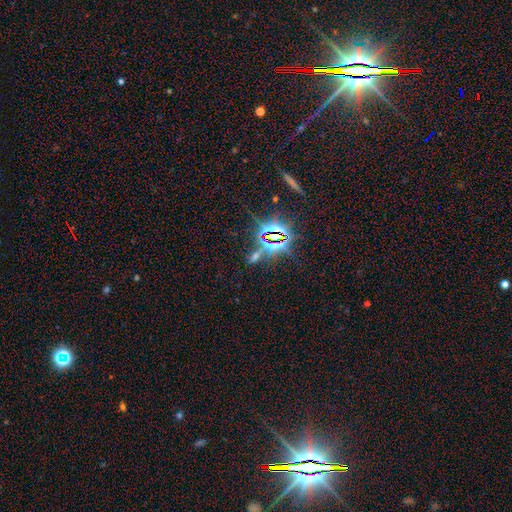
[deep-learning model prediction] A star or artifact, not a galaxy (68%).

Vote fractions:
- Smooth or featured? star or artifact: 68% / smooth: 21% / featured or disk: 11%